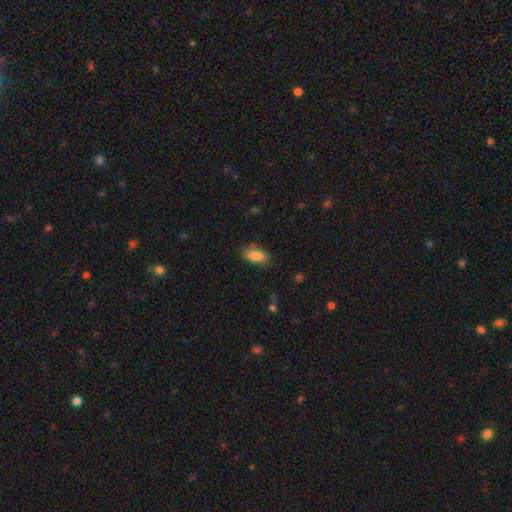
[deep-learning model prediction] Q: Smooth or featured?
A: smooth (82%); runner-up: featured or disk (11%)
Q: How rounded?
A: in between (90%); runner-up: cigar-shaped (5%)
Q: Merging?
A: none (72%); runner-up: minor disturbance (21%)